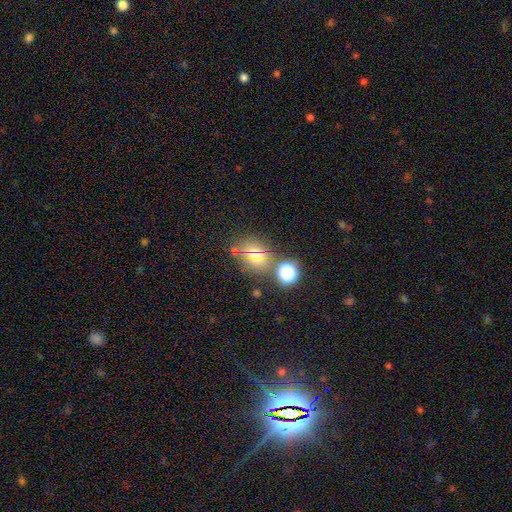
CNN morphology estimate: This appears to be a smooth galaxy with no disk features (43%, tied with star or artifact). Merging: none (75%).